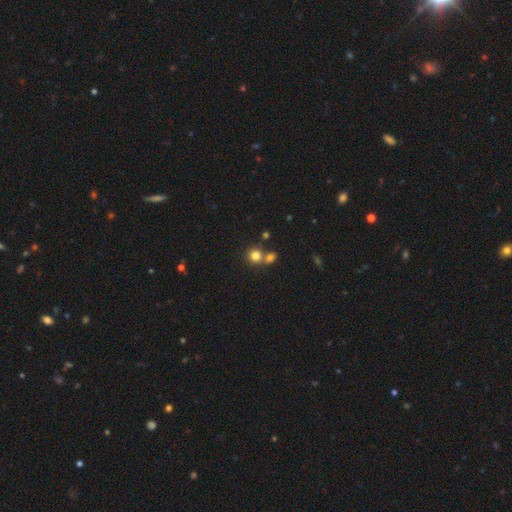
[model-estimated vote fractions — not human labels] Overall: smooth (80%). How rounded: round (86%). Merging: none (55%; merger 35%).